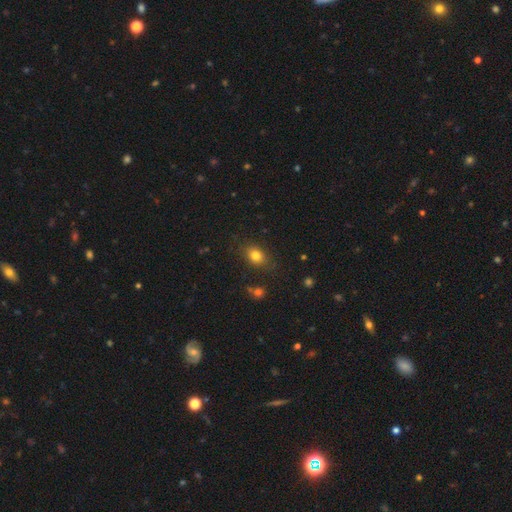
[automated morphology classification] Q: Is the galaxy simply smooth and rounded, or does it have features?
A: smooth — 79%.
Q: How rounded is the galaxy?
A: in between — 68%.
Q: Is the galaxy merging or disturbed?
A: none — 80%.